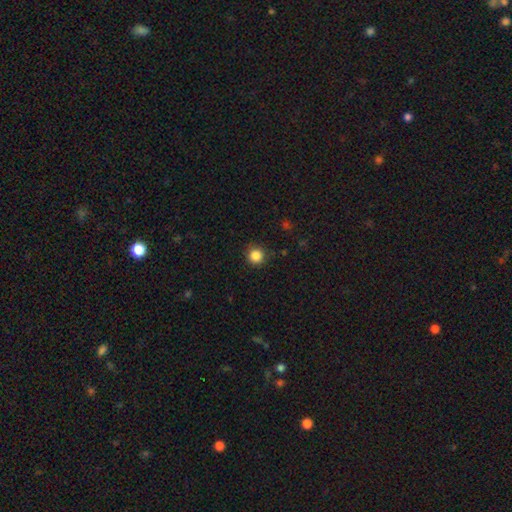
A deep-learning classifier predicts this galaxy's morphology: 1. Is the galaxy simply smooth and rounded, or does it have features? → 85% smooth, 11% star or artifact, 3% featured or disk.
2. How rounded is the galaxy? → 94% round, 5% in between, 1% cigar-shaped.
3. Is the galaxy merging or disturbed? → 88% none, 9% minor disturbance, 2% major disturbance, 1% merger.